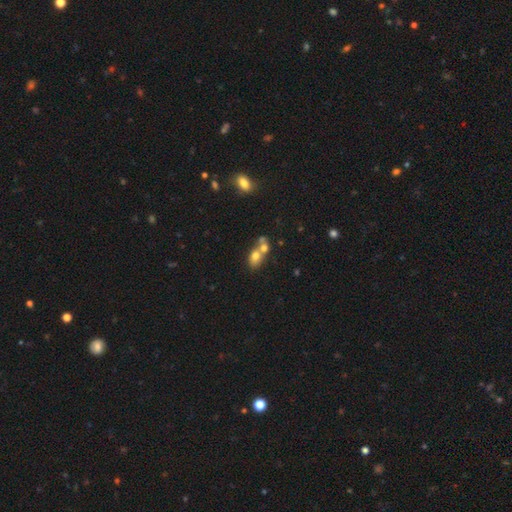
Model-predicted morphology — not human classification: smooth-or-featured: smooth: 69% | featured or disk: 19% | star or artifact: 12%
  how-rounded: in between: 64% | round: 33% | cigar-shaped: 3%
  merging: merger: 63% | none: 25% | minor disturbance: 8% | major disturbance: 4%